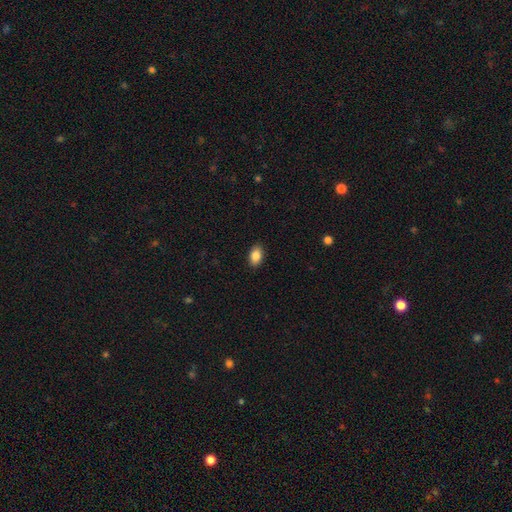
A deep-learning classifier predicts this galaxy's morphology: Overall: smooth (87%). How rounded: in between (89%). Merging: none (90%).